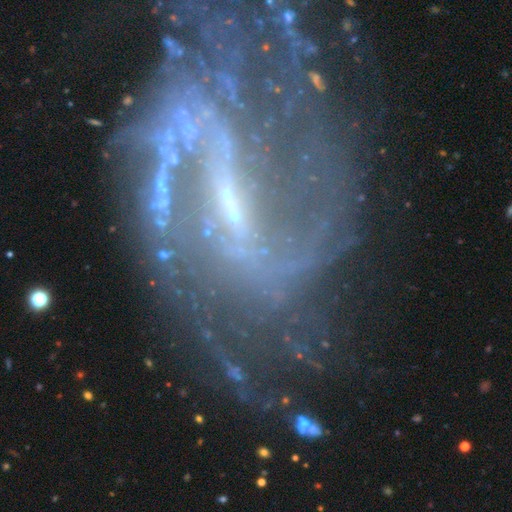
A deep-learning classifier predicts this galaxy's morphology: Smooth or featured? Predicted: featured or disk (p=0.85). Edge-on disk? Predicted: no (p=0.96). Bar? Predicted: strong (p=0.50). Spiral arms? Predicted: yes (p=0.89). Spiral winding? Predicted: loose (p=0.46). Spiral arm count? Predicted: 2 (p=0.62). Bulge size? Predicted: small (p=0.64). Merging? Predicted: none (p=0.45).